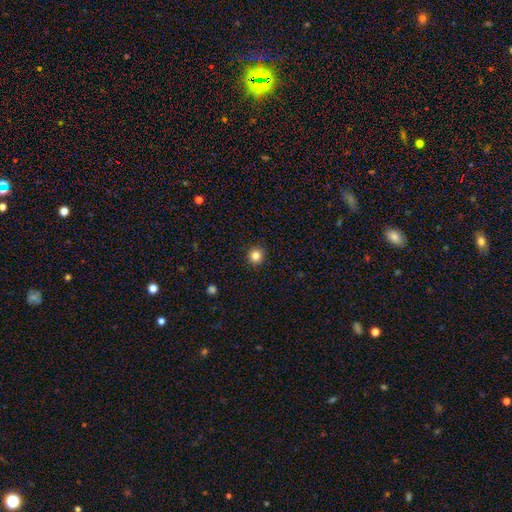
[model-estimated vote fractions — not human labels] Smooth or featured? Predicted: smooth (p=0.83). How rounded? Predicted: round (p=0.94). Merging? Predicted: none (p=0.92).